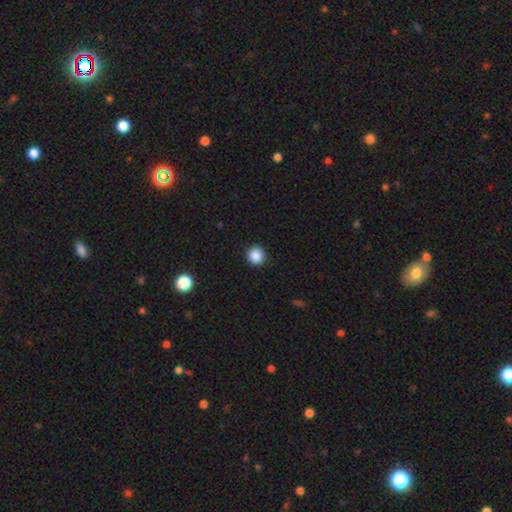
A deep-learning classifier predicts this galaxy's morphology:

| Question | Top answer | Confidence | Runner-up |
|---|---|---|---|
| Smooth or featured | smooth | 88% | star or artifact (10%) |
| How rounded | round | 94% | in between (5%) |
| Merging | none | 92% | minor disturbance (5%) |